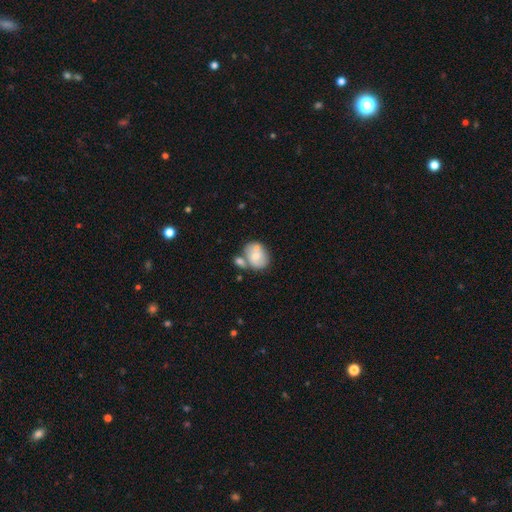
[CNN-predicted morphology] This appears to be a smooth galaxy with no disk features (64%) that is in between round and cigar-shaped (54%). Merging: none (40%).